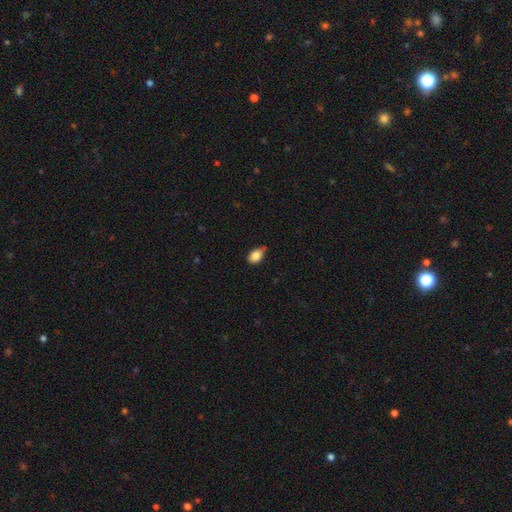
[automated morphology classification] type=smooth (85%); roundness=in between (86%); merging=none (64%).